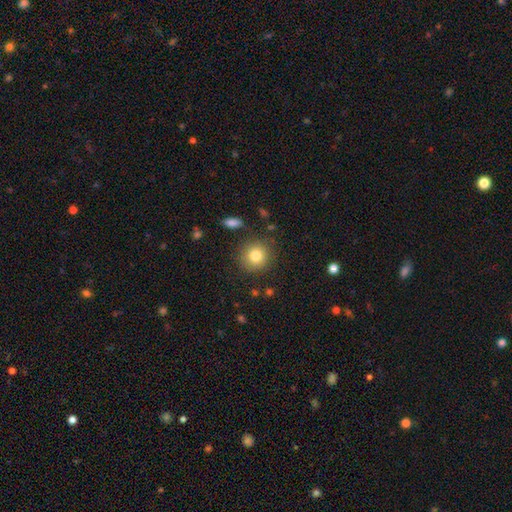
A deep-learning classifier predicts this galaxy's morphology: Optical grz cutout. It shows a smooth galaxy with no disk features (81%) that is round (91%). Merging: none (85%).